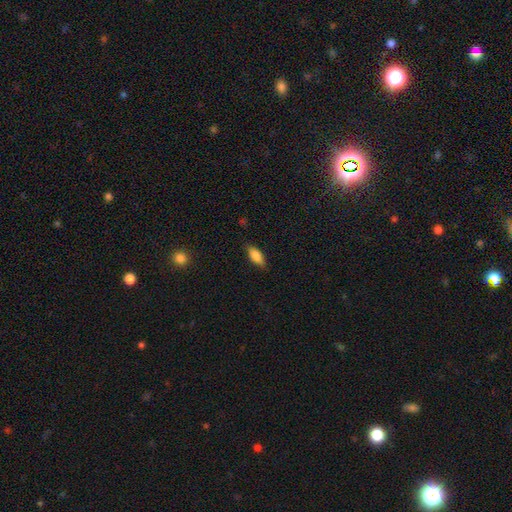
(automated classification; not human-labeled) Smooth or featured: smooth — 78% (featured or disk — 15%)
How rounded: in between — 74% (cigar-shaped — 24%)
Merging: none — 84% (minor disturbance — 12%)